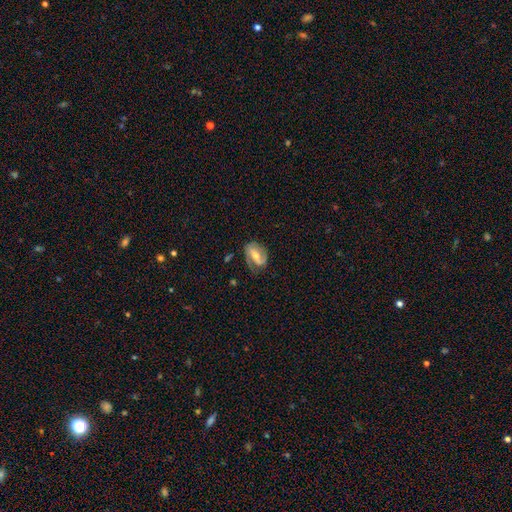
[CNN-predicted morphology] Smooth or featured? featured or disk (73%)
Edge-on disk? no (96%)
Bar? strong (41%)
Spiral arms? yes (87%)
Spiral winding? medium (41%)
Spiral arm count? 2 (73%)
Bulge size? moderate (59%)
Merging? none (65%)